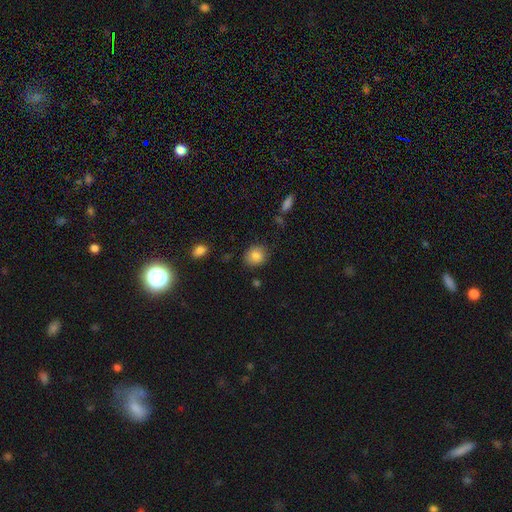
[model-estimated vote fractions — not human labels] Q: Smooth or featured?
A: smooth (82%); runner-up: star or artifact (9%)
Q: How rounded?
A: round (77%); runner-up: in between (22%)
Q: Merging?
A: none (85%); runner-up: minor disturbance (11%)